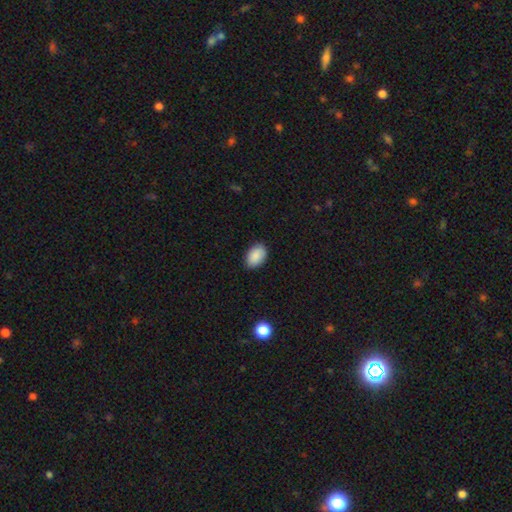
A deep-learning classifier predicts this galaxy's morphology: Smooth or featured? Predicted: smooth (p=0.89). How rounded? Predicted: in between (p=0.90). Merging? Predicted: none (p=0.84).